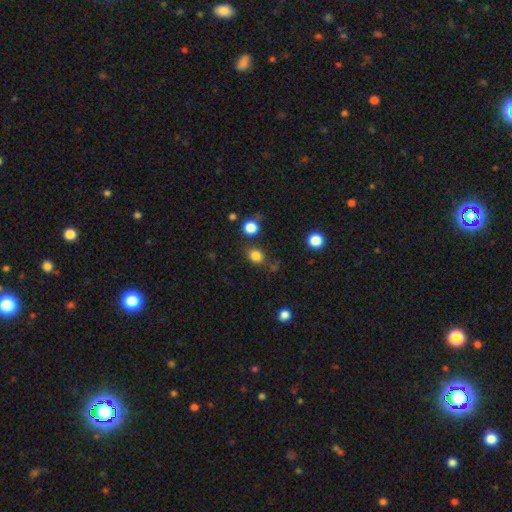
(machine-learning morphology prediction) Smooth or featured?
  - smooth: 82% *
  - star or artifact: 13%
  - featured or disk: 5%
How rounded?
  - round: 64% *
  - in between: 35%
  - cigar-shaped: 1%
Merging?
  - none: 78% *
  - minor disturbance: 12%
  - merger: 7%
  - major disturbance: 4%